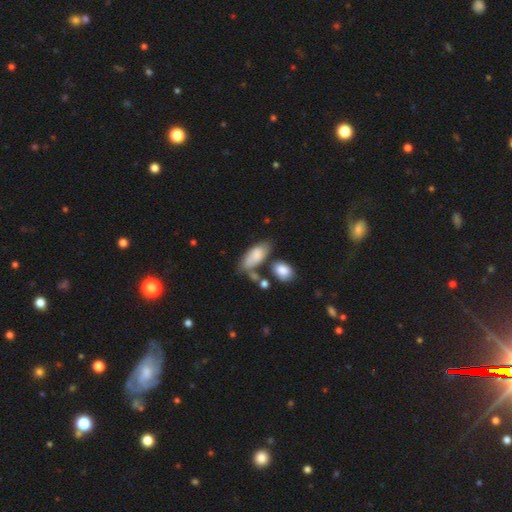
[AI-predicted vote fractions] A smooth galaxy with no disk features (76%) that is in between round and cigar-shaped (86%).

Vote fractions:
- Smooth or featured? smooth: 76% / featured or disk: 18% / star or artifact: 6%
- How rounded? in between: 86% / cigar-shaped: 11% / round: 3%
- Merging? none: 44% / minor disturbance: 26% / merger: 20% / major disturbance: 10%